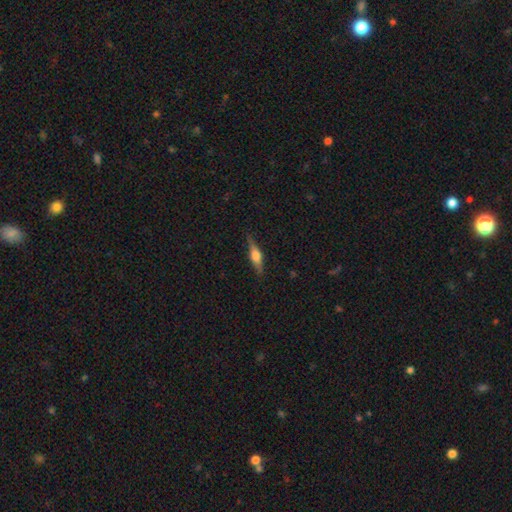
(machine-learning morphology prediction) smooth-or-featured: featured or disk: 60% | smooth: 33% | star or artifact: 7%
  disk-edge-on: yes: 96% | no: 4%
    edge-on-bulge: rounded: 87% | boxy: 10% | none: 3%
  merging: none: 85% | minor disturbance: 11% | major disturbance: 3% | merger: 1%